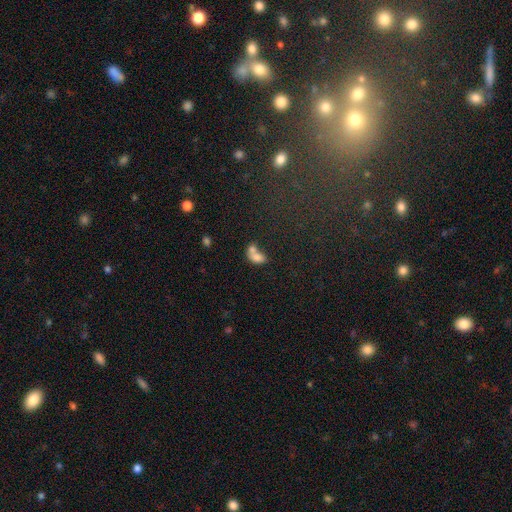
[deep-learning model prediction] Smooth or featured: smooth — 71% (featured or disk — 18%)
How rounded: in between — 77% (round — 21%)
Merging: merger — 69% (none — 17%)